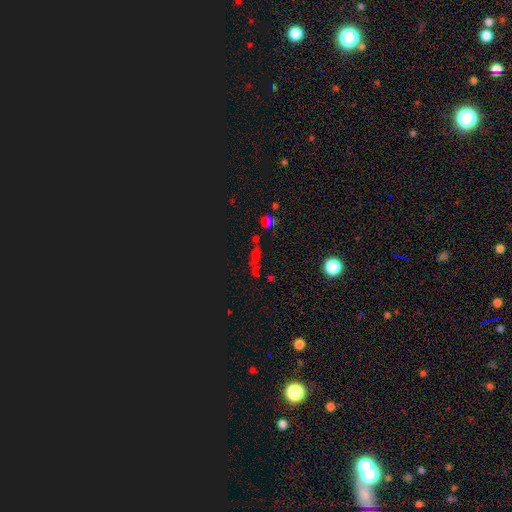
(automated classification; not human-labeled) star or artifact 49%, smooth 36%, featured or disk 14%.